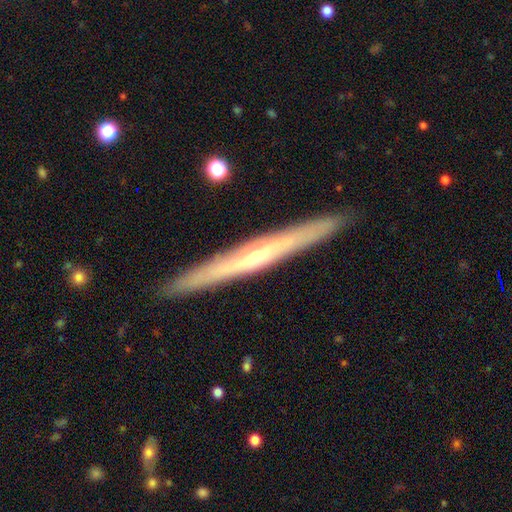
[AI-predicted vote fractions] Smooth or featured: featured or disk — 72% (smooth — 22%)
Edge-on disk: yes — 96% (no — 4%)
Edge-on bulge: rounded — 61% (none — 36%)
Merging: none — 92% (minor disturbance — 6%)